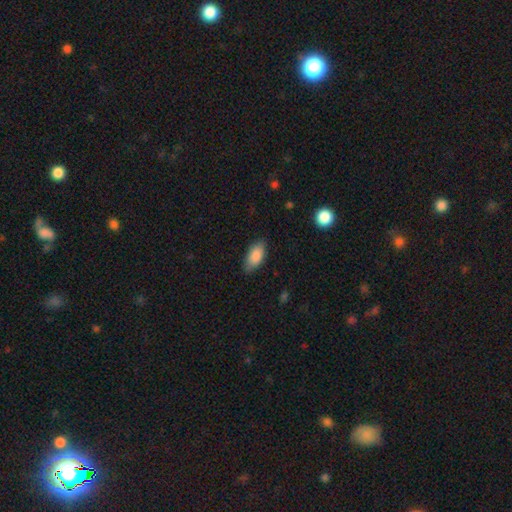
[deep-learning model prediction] Morphology: type=smooth (86%); roundness=in between (90%); merging=none (81%).